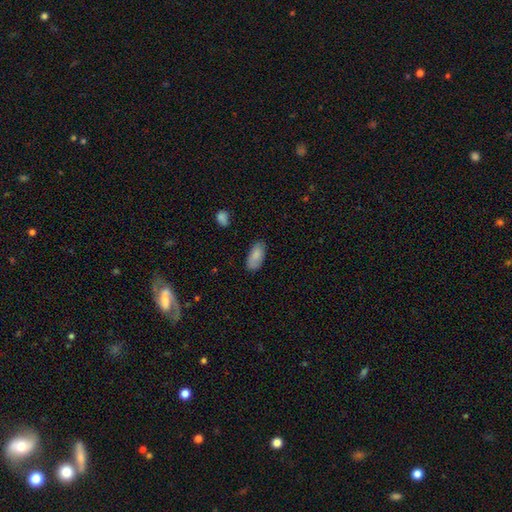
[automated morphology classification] This appears to be a smooth galaxy with no disk features (86%) that is in between round and cigar-shaped (91%). Merging: none (79%).